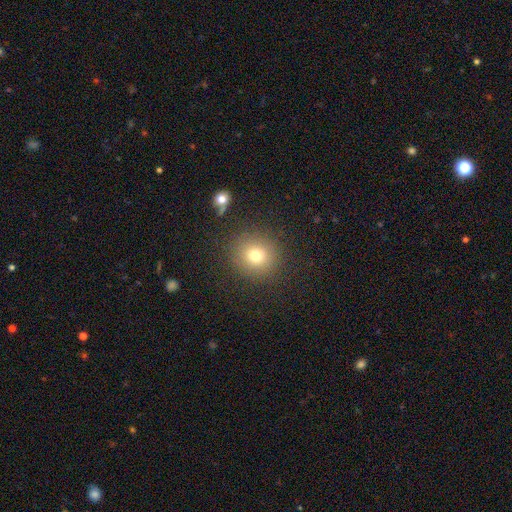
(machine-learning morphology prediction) Smooth or featured?
  - smooth: 73% *
  - star or artifact: 16%
  - featured or disk: 11%
How rounded?
  - round: 90% *
  - in between: 9%
  - cigar-shaped: 1%
Merging?
  - none: 87% *
  - minor disturbance: 8%
  - major disturbance: 4%
  - merger: 2%